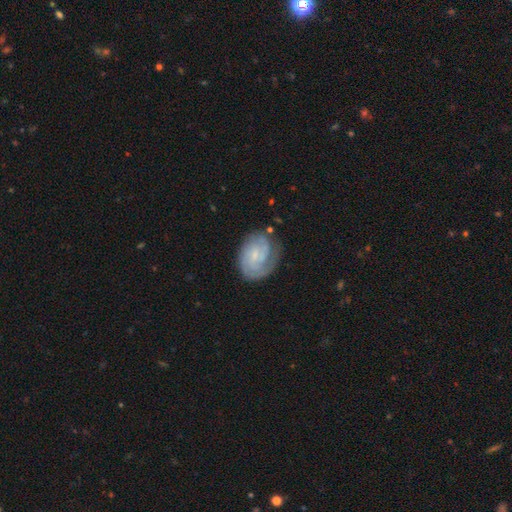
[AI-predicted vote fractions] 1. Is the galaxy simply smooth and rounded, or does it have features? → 76% featured or disk, 18% smooth, 6% star or artifact.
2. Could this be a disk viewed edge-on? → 98% no, 2% yes.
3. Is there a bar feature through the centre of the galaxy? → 58% no, 37% weak, 5% strong.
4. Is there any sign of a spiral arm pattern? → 94% yes, 6% no.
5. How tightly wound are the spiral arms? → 60% tight, 30% medium, 10% loose.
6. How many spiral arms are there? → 33% 2, 30% can't tell, 19% 3, 8% 1, 6% 4, 4% more than 4.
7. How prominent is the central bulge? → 70% small, 16% moderate, 12% none, 1% large, 1% dominant.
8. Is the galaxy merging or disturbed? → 66% none, 22% minor disturbance, 10% major disturbance, 2% merger.